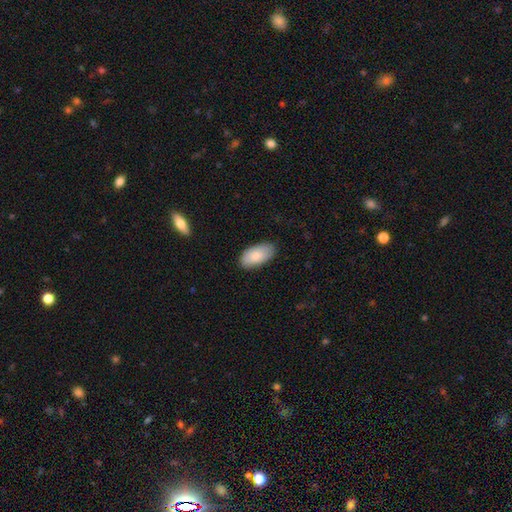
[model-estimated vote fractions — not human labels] This appears to be a smooth galaxy with no disk features (83%) that is in between round and cigar-shaped (95%). Merging: none (82%).